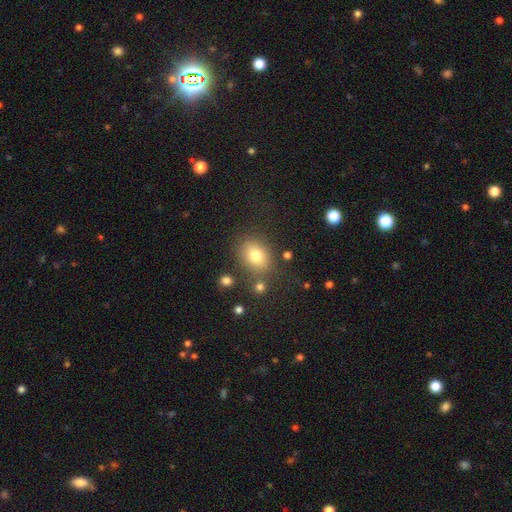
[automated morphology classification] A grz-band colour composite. It shows a smooth galaxy with no disk features (77%) that is in between round and cigar-shaped (52%). Merging: none (76%).